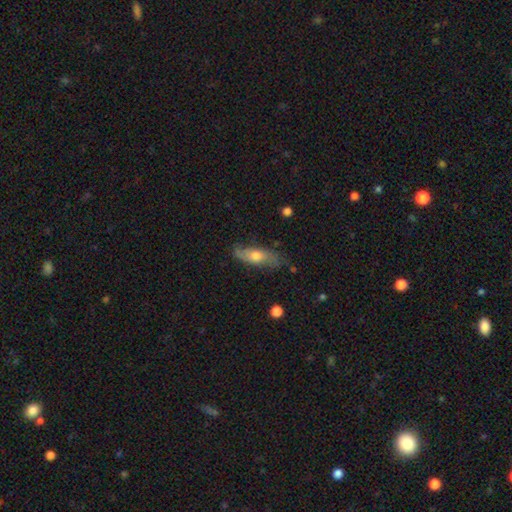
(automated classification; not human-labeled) The model was most divided on "smooth or featured": smooth: 47%, featured or disk: 46%, star or artifact: 7%. More confident: merging — none (69%).